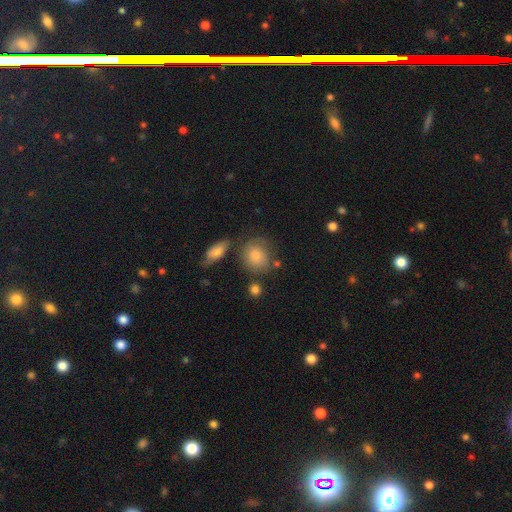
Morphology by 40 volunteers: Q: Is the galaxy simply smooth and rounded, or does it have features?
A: smooth — 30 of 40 (75%).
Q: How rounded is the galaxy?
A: round — 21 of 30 (70%).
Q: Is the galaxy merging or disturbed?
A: none — 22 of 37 (59%).